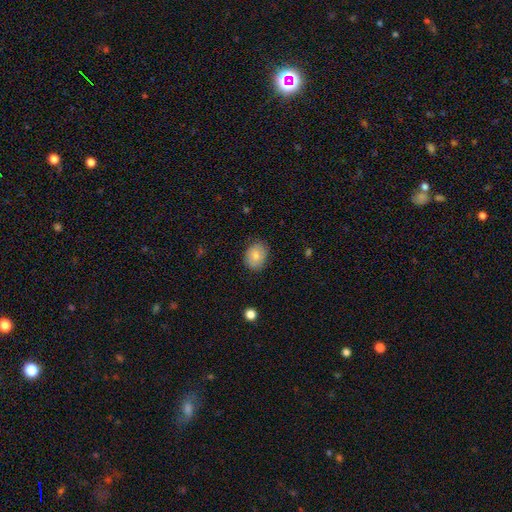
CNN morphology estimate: This is likely a smooth galaxy (77%). How rounded: possibly in between (55%). Merging: likely none (77%).